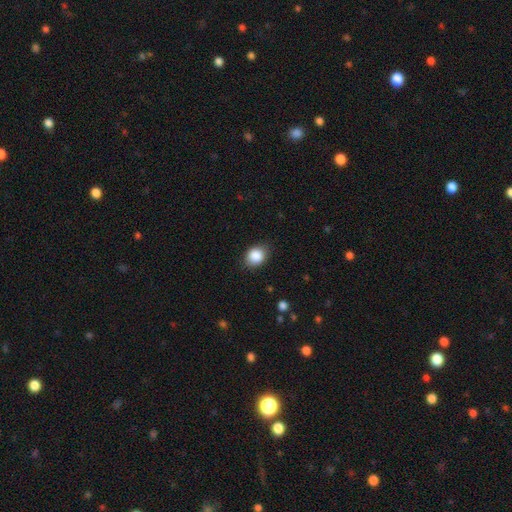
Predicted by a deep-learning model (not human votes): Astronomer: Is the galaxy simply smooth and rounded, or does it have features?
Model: smooth — 87%.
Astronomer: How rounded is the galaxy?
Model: round — 52% (runner-up: in between, 47%).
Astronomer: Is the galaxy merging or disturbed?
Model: none — 81%.